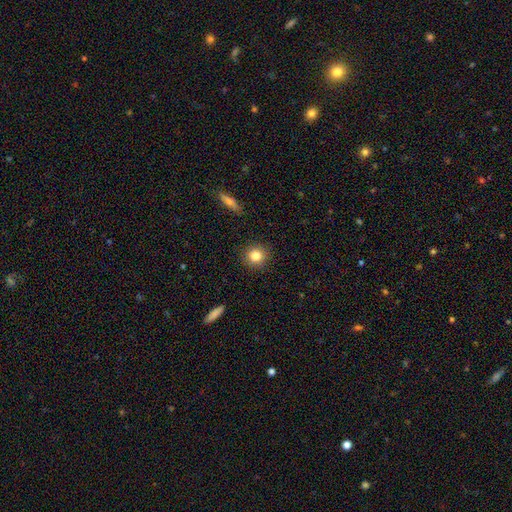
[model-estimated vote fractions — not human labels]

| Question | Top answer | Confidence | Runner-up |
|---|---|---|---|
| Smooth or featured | smooth | 84% | star or artifact (10%) |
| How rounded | round | 90% | in between (9%) |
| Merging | none | 90% | minor disturbance (7%) |